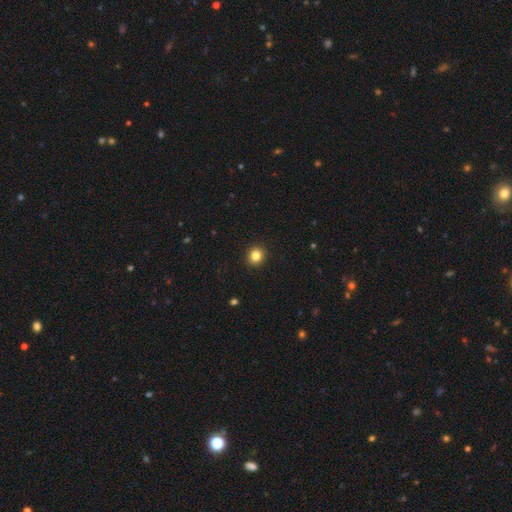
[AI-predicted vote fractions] smooth 83%, star or artifact 11%, featured or disk 6%. Down the decision tree: how rounded — round (87%); merging — none (93%).